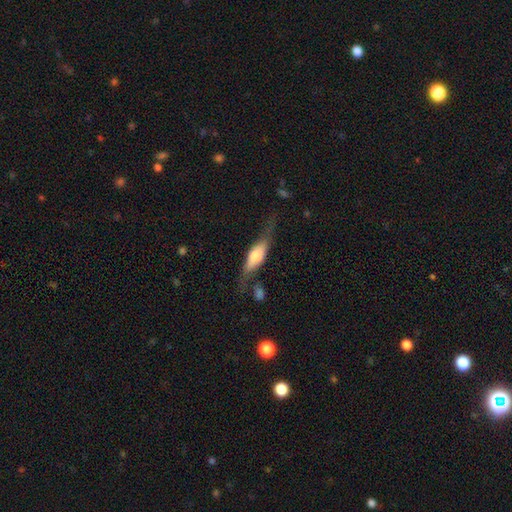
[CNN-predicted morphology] Q: Smooth or featured?
A: featured or disk (49%); runner-up: smooth (45%)
Q: Merging?
A: none (54%); runner-up: minor disturbance (24%)